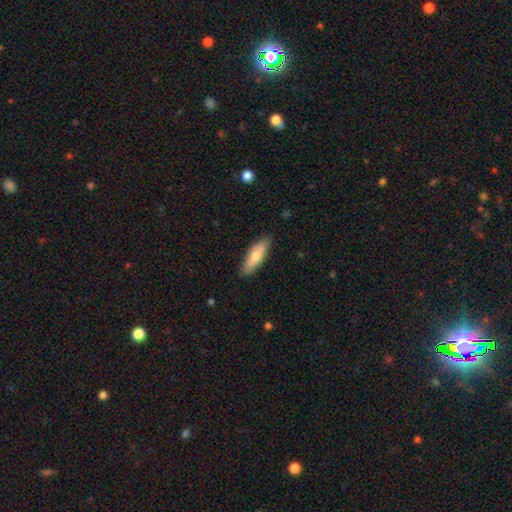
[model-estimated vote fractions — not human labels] Smooth or featured?
  - smooth: 68% *
  - featured or disk: 25%
  - star or artifact: 6%
How rounded?
  - cigar-shaped: 56% *
  - in between: 42%
  - round: 2%
Merging?
  - none: 87% *
  - minor disturbance: 10%
  - major disturbance: 2%
  - merger: 1%